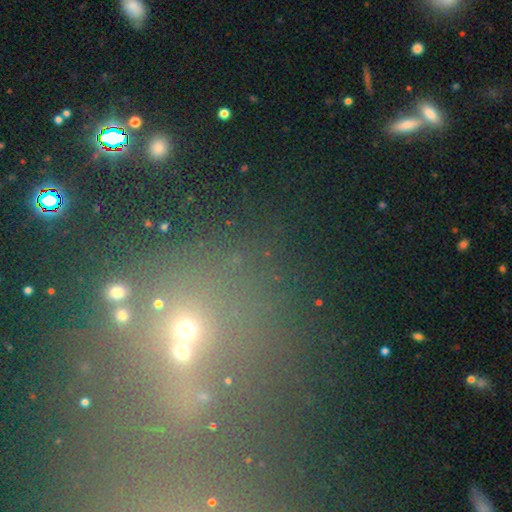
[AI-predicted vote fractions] smooth-or-featured: star or artifact: 62% | smooth: 26% | featured or disk: 12%